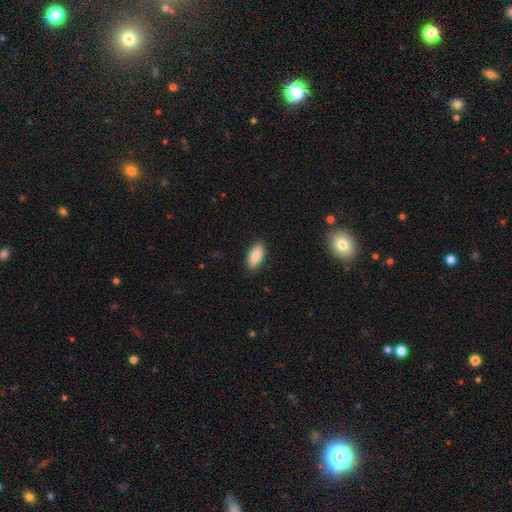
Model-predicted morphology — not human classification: Smooth or featured? smooth (83%)
How rounded? in between (91%)
Merging? none (87%)